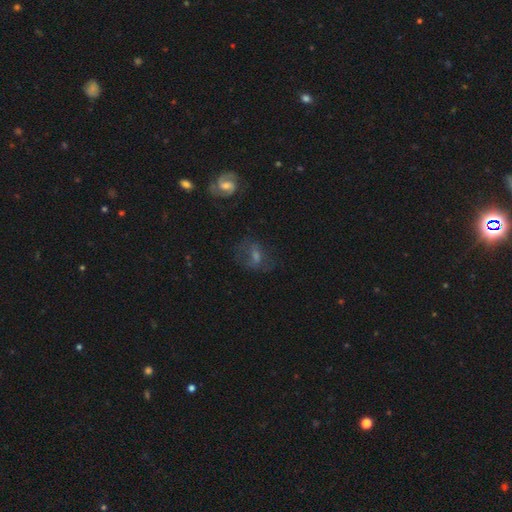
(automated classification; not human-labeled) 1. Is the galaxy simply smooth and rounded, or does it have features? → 42% featured or disk, 35% smooth, 22% star or artifact.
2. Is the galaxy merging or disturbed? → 58% none, 20% minor disturbance, 19% major disturbance, 4% merger.